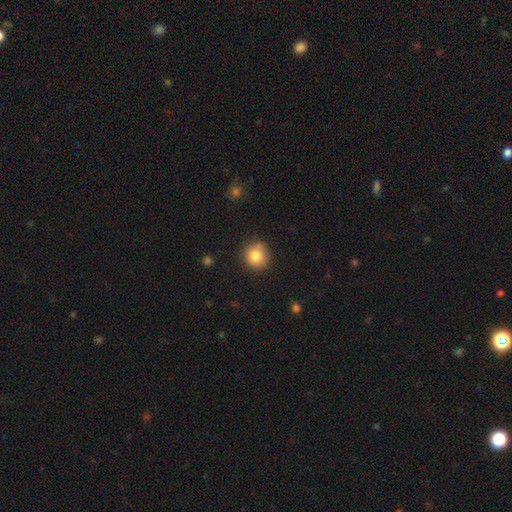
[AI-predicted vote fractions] Smooth or featured?
  - smooth: 81% *
  - star or artifact: 10%
  - featured or disk: 8%
How rounded?
  - round: 90% *
  - in between: 9%
  - cigar-shaped: 1%
Merging?
  - none: 83% *
  - minor disturbance: 11%
  - merger: 4%
  - major disturbance: 2%